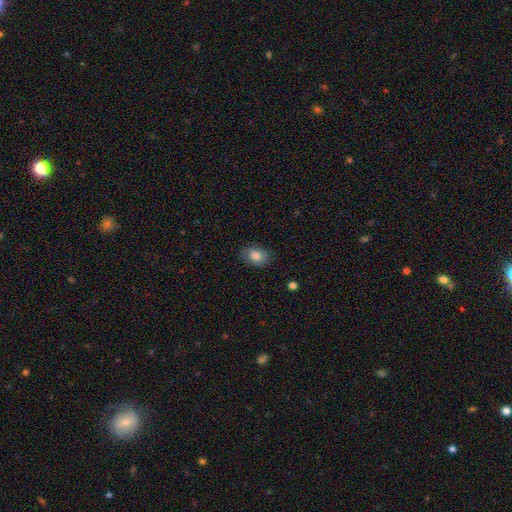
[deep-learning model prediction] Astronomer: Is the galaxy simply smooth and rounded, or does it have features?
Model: smooth — 83%.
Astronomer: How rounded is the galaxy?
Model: in between — 78%.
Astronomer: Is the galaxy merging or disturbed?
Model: none — 84%.